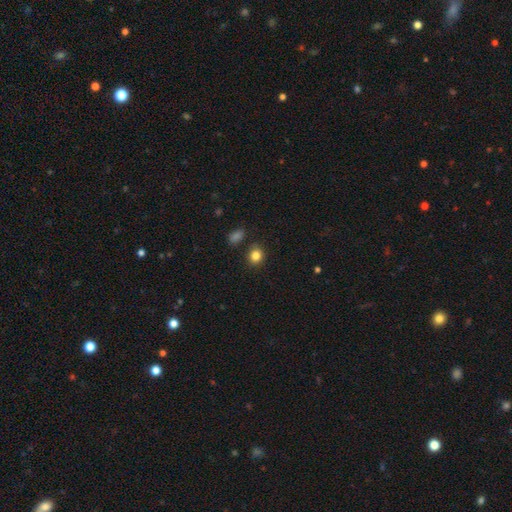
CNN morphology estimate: Smooth or featured? smooth (84%)
How rounded? round (71%)
Merging? none (85%)